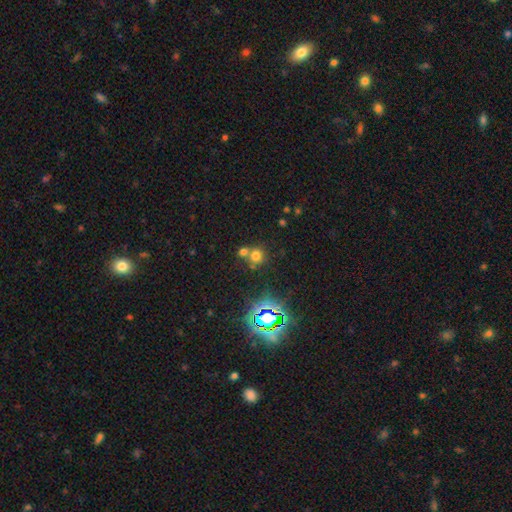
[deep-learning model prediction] smooth-or-featured: smooth: 66% | star or artifact: 25% | featured or disk: 9%
  how-rounded: round: 87% | in between: 11% | cigar-shaped: 1%
  merging: none: 54% | merger: 36% | minor disturbance: 7% | major disturbance: 3%